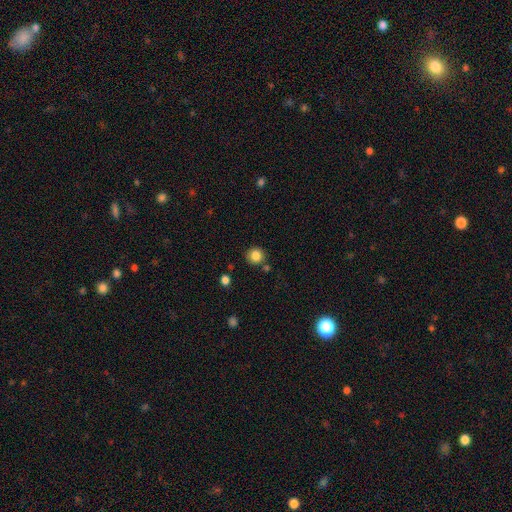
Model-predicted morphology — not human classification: smooth_or_featured: smooth (p=0.85) [alt: star or artifact p=0.11]
how_rounded: round (p=0.89) [alt: in between p=0.10]
merging: none (p=0.81) [alt: minor disturbance p=0.10]